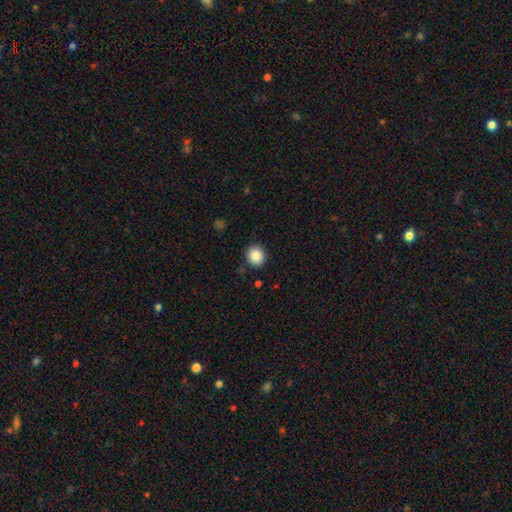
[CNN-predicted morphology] smooth 86%, star or artifact 9%, featured or disk 5%. Down the decision tree: how rounded — round (81%); merging — none (90%).